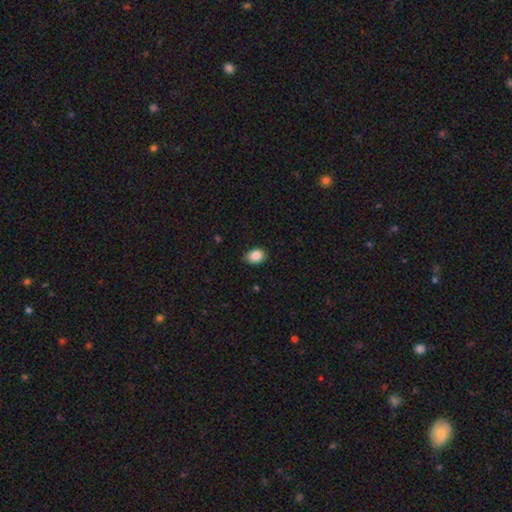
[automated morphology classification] A smooth galaxy with no disk features (86%) that is in between round and cigar-shaped (68%).

Vote fractions:
- Smooth or featured? smooth: 86% / star or artifact: 9% / featured or disk: 5%
- How rounded? in between: 68% / round: 31% / cigar-shaped: 1%
- Merging? none: 79% / minor disturbance: 17% / major disturbance: 2% / merger: 1%